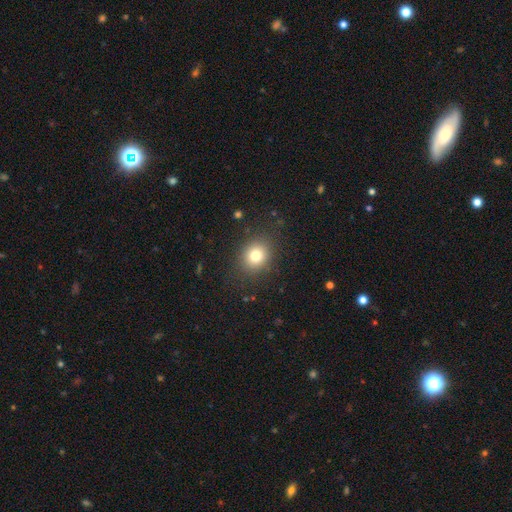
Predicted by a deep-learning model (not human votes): A smooth galaxy with no disk features (78%) that is round (68%).

Vote fractions:
- Smooth or featured? smooth: 78% / star or artifact: 13% / featured or disk: 9%
- How rounded? round: 68% / in between: 32% / cigar-shaped: 1%
- Merging? none: 86% / minor disturbance: 9% / major disturbance: 4% / merger: 1%